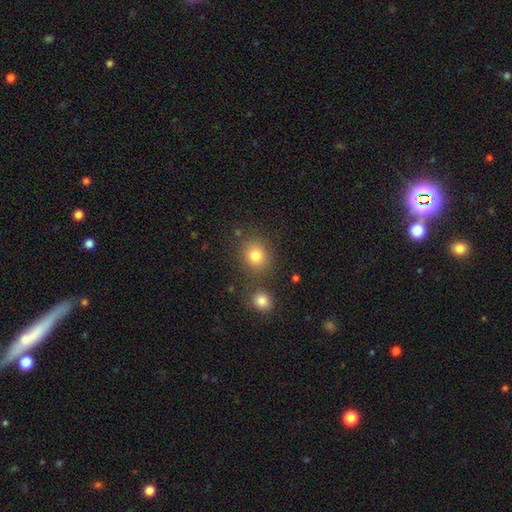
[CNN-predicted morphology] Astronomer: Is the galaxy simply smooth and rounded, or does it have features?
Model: smooth — 81%.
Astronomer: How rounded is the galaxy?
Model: round — 74%.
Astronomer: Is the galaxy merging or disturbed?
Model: none — 77%.